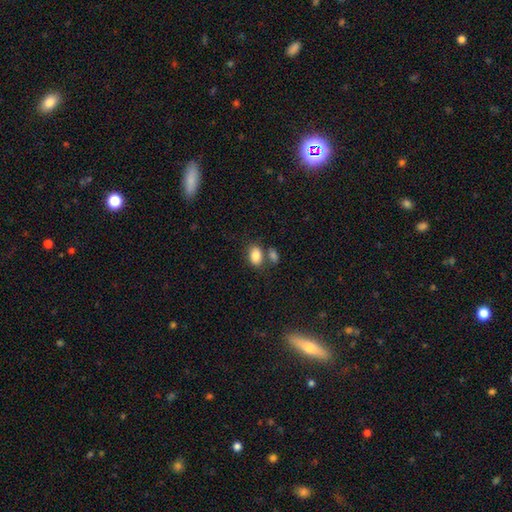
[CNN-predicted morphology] type=smooth (85%); roundness=in between (83%); merging=none (57%).